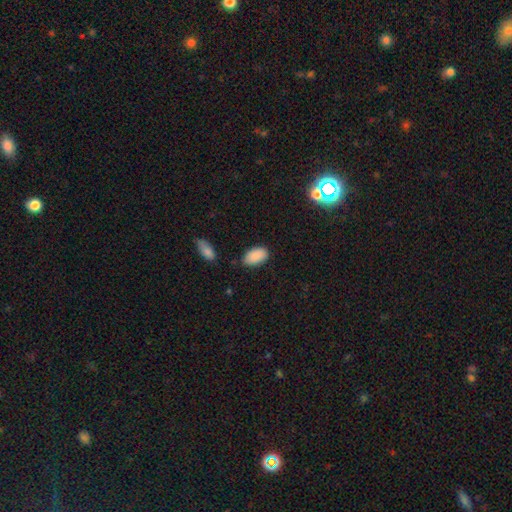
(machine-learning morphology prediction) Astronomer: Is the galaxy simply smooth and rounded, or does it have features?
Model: smooth — 89%.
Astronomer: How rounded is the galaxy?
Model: in between — 95%.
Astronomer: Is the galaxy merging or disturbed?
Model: none — 77%.